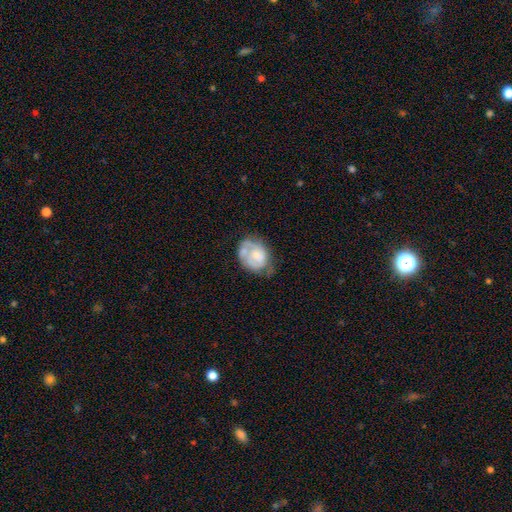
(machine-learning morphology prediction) This is possibly a featured or disk galaxy (53%). It is clearly not viewed edge-on (97%). Bar: clearly no (80%). Spiral arm pattern: possibly no (53%). Central bulge: marginally moderate (38%). Merging: marginally none (36%).